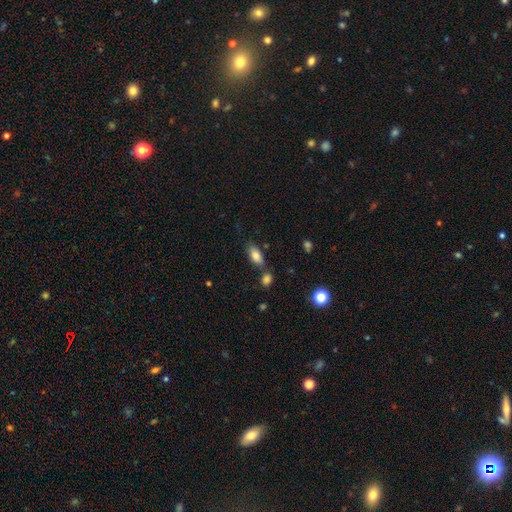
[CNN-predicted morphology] A smooth galaxy with no disk features (83%) that is in between round and cigar-shaped (88%). Merging: none (69%).